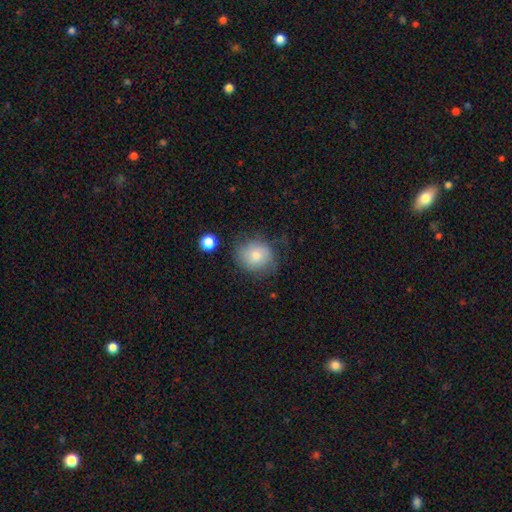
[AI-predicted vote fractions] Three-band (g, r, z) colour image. It shows a smooth galaxy with no disk features (70%) that is round (80%). Merging: none (69%).